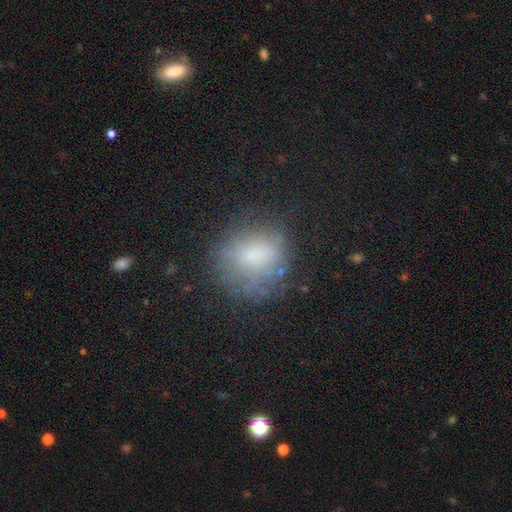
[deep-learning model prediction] Morphology: type=smooth (62%); roundness=round (74%); merging=none (63%).